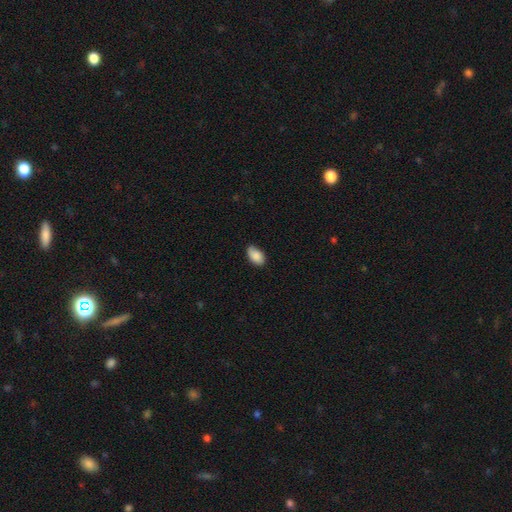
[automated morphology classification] smooth_or_featured: smooth (p=0.87) [alt: star or artifact p=0.07]
how_rounded: in between (p=0.92) [alt: round p=0.06]
merging: none (p=0.72) [alt: minor disturbance p=0.23]